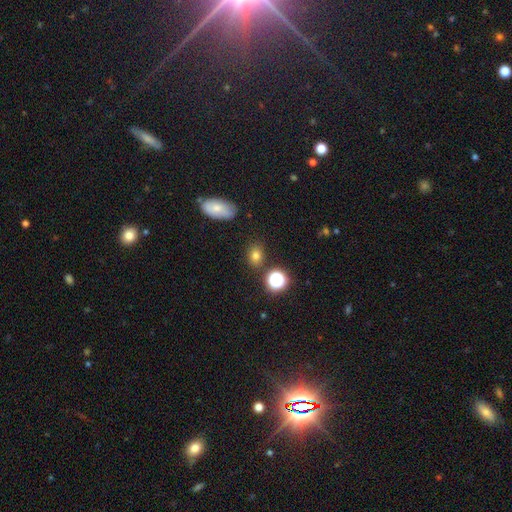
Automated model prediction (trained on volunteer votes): Smooth or featured? smooth (76%)
How rounded? in between (55%)
Merging? none (83%)